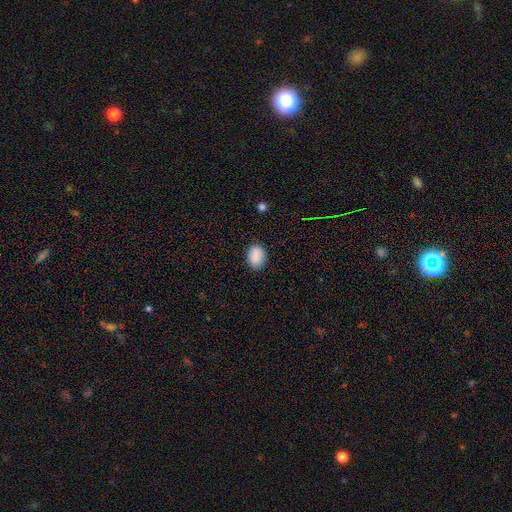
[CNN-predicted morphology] Smooth or featured? Predicted: smooth (p=0.89). How rounded? Predicted: in between (p=0.74). Merging? Predicted: none (p=0.85).